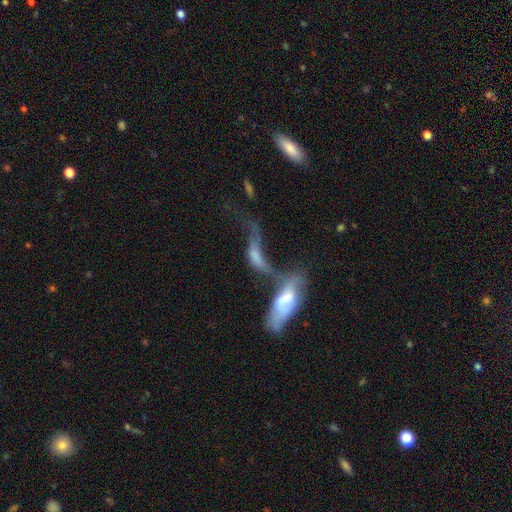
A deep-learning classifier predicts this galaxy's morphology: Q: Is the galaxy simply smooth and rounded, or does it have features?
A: featured or disk — 57%.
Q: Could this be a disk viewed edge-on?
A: no — 79%.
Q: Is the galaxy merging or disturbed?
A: merger — 69%.